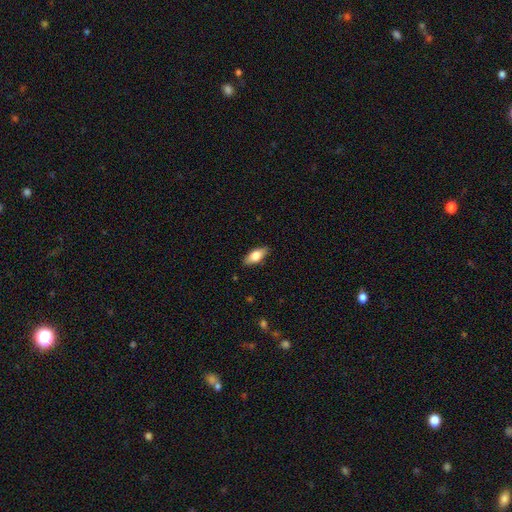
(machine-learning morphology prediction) This is likely a smooth galaxy (72%). How rounded: clearly in between (82%). Merging: clearly none (86%).